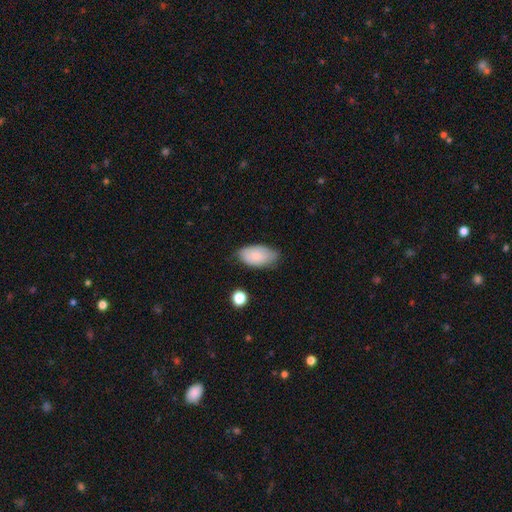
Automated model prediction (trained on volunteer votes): smooth 81%, featured or disk 12%, star or artifact 7%. Down the decision tree: how rounded — in between (94%); merging — none (69%).